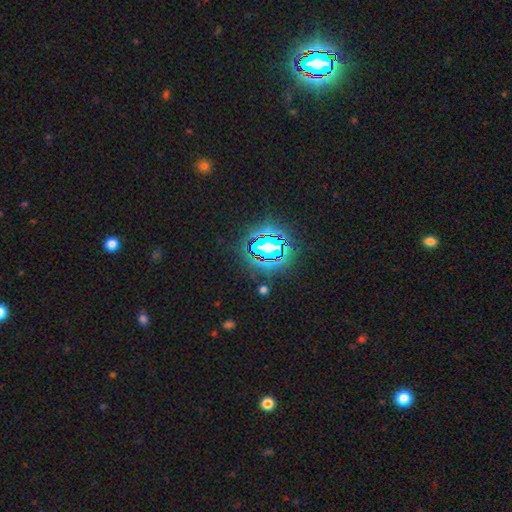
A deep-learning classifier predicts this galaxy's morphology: Smooth or featured?
  - star or artifact: 83% *
  - smooth: 10%
  - featured or disk: 7%